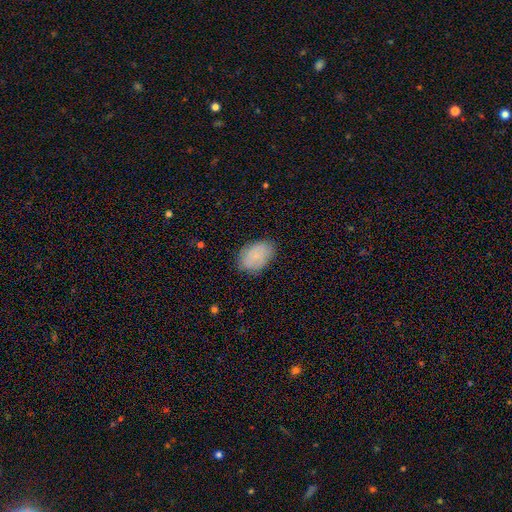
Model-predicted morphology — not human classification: Q: Smooth or featured?
A: smooth (78%); runner-up: featured or disk (15%)
Q: How rounded?
A: in between (87%); runner-up: round (11%)
Q: Merging?
A: none (79%); runner-up: minor disturbance (16%)